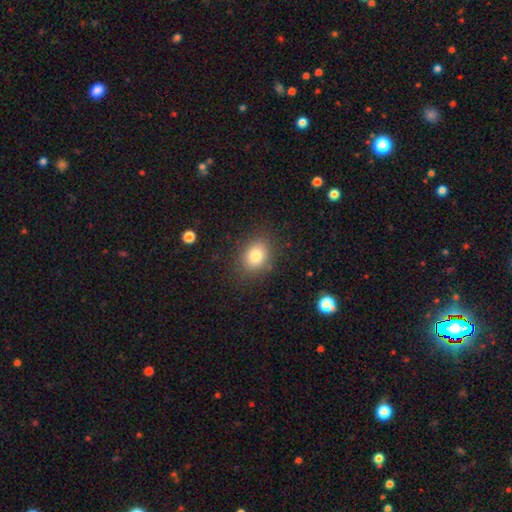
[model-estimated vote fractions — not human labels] Smooth or featured? Predicted: smooth (p=0.81). How rounded? Predicted: round (p=0.52). Merging? Predicted: none (p=0.83).